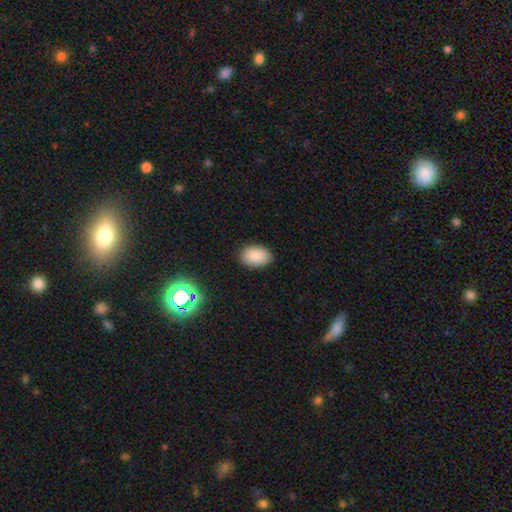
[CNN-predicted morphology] This appears to be a smooth galaxy with no disk features (87%) that is in between round and cigar-shaped (89%). Merging: none (87%).